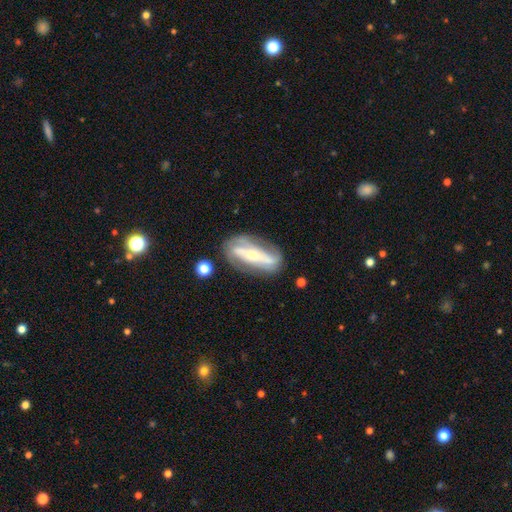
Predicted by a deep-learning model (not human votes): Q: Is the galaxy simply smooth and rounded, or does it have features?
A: featured or disk — 73%.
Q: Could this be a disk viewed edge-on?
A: no — 72%.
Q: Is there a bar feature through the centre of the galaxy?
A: strong — 58%.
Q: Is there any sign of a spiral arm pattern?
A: yes — 66%.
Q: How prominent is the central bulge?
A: small — 51%.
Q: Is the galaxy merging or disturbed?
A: none — 73%.